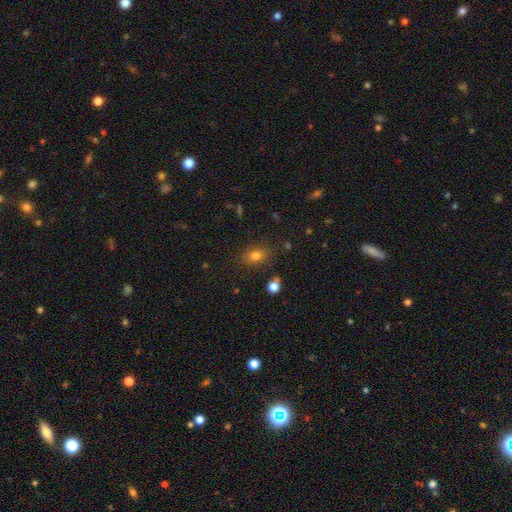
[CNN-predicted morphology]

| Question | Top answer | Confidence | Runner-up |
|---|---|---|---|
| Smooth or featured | smooth | 79% | star or artifact (13%) |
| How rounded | in between | 72% | round (26%) |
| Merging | none | 80% | minor disturbance (13%) |